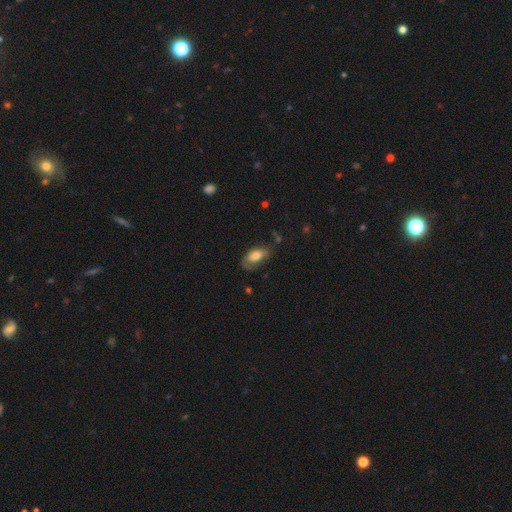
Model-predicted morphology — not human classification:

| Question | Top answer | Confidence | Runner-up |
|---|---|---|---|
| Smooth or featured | smooth | 71% | featured or disk (22%) |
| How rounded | in between | 91% | cigar-shaped (5%) |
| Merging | none | 50% | minor disturbance (32%) |